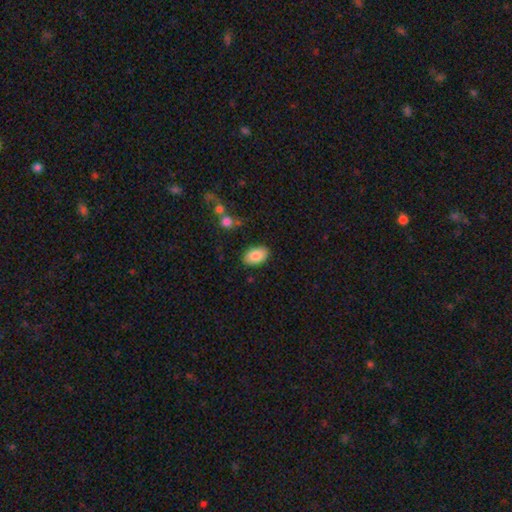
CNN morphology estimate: The model was most divided on "merging": none: 86%, minor disturbance: 10%, major disturbance: 2%, merger: 2%. More confident: how rounded — in between (92%); smooth or featured — smooth (85%).